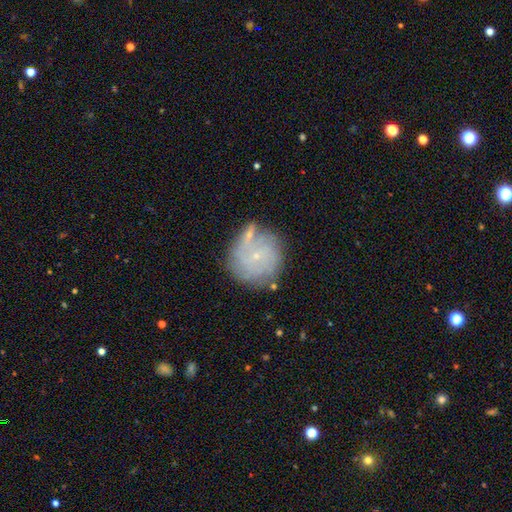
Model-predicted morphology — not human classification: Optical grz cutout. It shows a featured or disk galaxy (56%) with no bar (82%), spiral arms (76%) and a small central bulge (87%). Merging: none (67%).